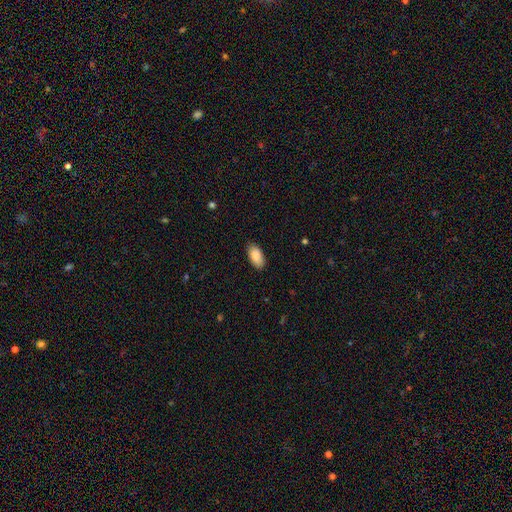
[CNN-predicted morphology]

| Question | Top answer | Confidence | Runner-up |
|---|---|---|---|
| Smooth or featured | smooth | 89% | star or artifact (6%) |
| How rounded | in between | 94% | cigar-shaped (4%) |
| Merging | none | 87% | minor disturbance (10%) |